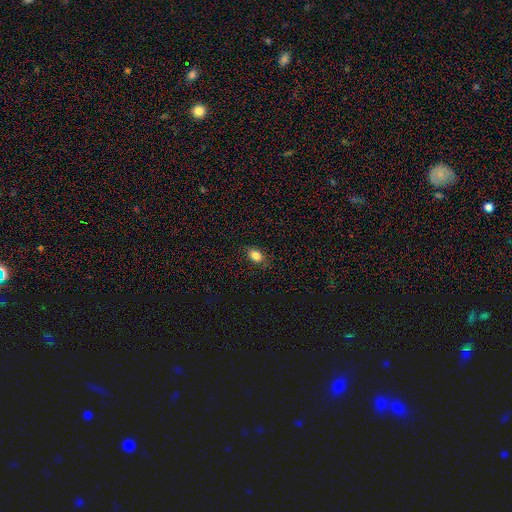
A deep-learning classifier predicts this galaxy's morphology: Smooth or featured?
  - smooth: 84% *
  - star or artifact: 10%
  - featured or disk: 6%
How rounded?
  - in between: 78% *
  - round: 20%
  - cigar-shaped: 2%
Merging?
  - none: 84% *
  - minor disturbance: 13%
  - major disturbance: 3%
  - merger: 1%